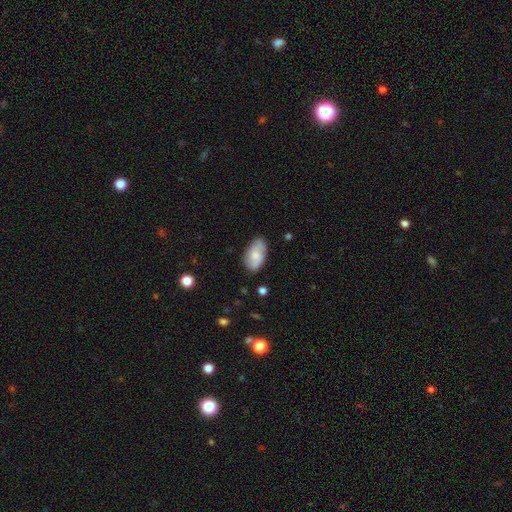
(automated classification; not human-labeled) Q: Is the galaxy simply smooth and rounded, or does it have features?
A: smooth — 61%.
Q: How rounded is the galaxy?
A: in between — 93%.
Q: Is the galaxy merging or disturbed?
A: none — 76%.